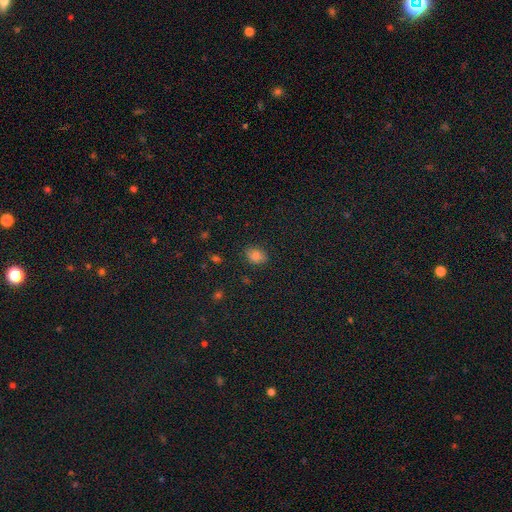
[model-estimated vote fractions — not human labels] smooth 78%, star or artifact 14%, featured or disk 8%. Down the decision tree: how rounded — in between (68%); merging — none (81%).